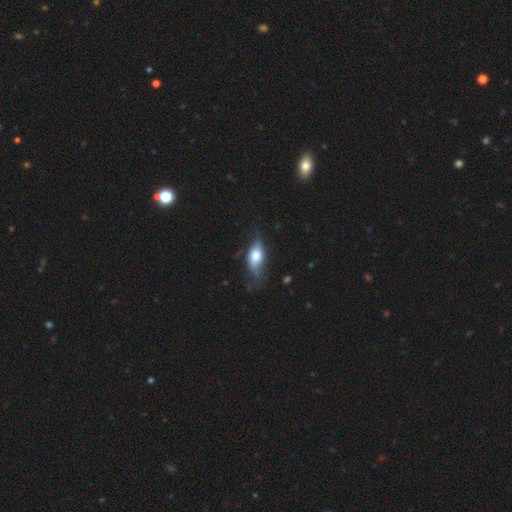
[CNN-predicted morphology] type=smooth (59%); roundness=in between (79%); merging=none (58%).